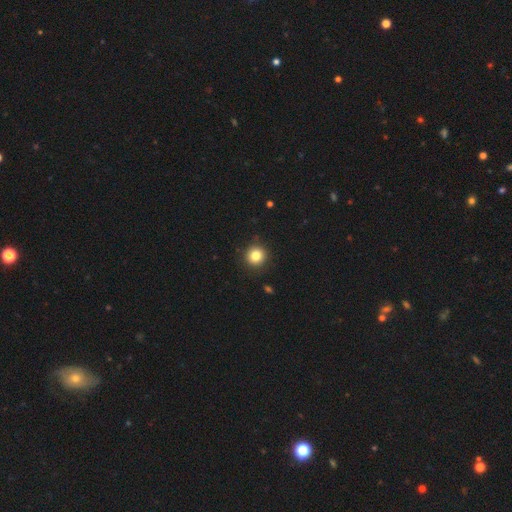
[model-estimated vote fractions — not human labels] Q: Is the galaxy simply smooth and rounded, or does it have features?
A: smooth — 82%.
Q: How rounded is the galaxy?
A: round — 93%.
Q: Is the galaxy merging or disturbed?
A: none — 91%.